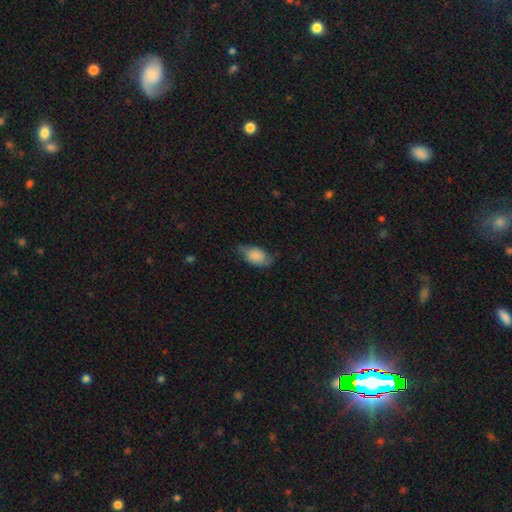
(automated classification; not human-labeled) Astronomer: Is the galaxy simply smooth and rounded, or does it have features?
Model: smooth — 77%.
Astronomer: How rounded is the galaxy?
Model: in between — 90%.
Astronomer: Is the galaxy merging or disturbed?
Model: none — 56% (runner-up: minor disturbance, 32%).